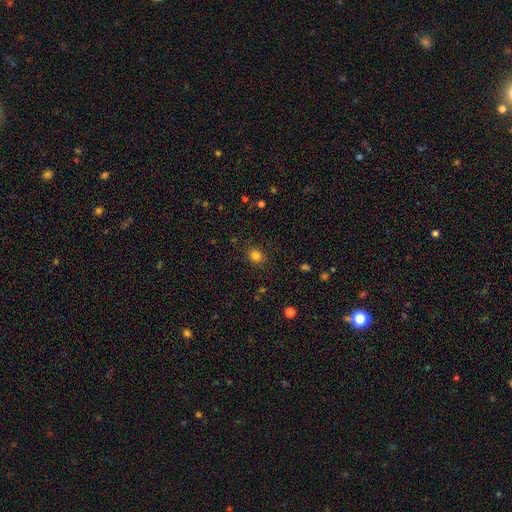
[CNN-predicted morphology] smooth 82%, star or artifact 14%, featured or disk 5%. Down the decision tree: how rounded — round (76%); merging — none (85%).